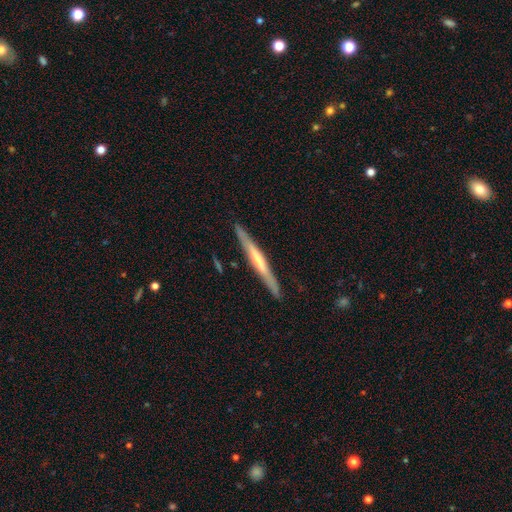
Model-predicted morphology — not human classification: A featured or disk galaxy (61%) viewed edge-on (96%) with no central bulge (51%). Merging: none (89%).